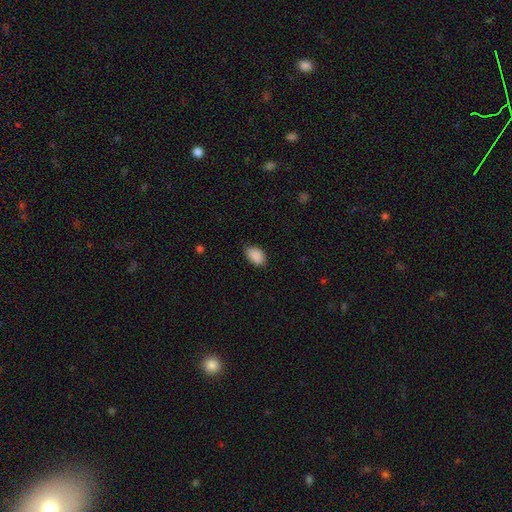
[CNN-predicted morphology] Smooth or featured: smooth — 89% (star or artifact — 7%)
How rounded: in between — 88% (round — 11%)
Merging: none — 74% (minor disturbance — 21%)